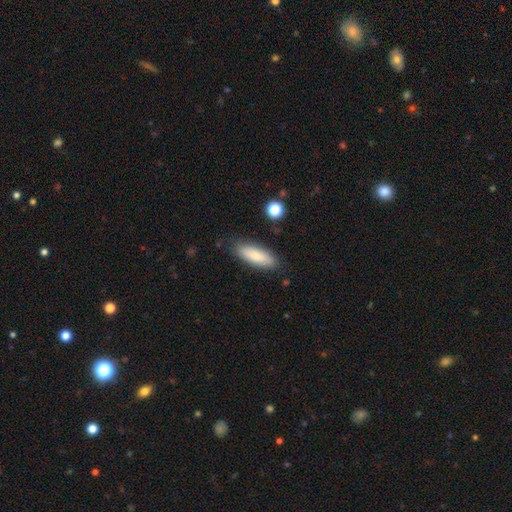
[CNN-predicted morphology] Overall: smooth (78%). How rounded: in between (63%; cigar-shaped 35%). Merging: none (82%).